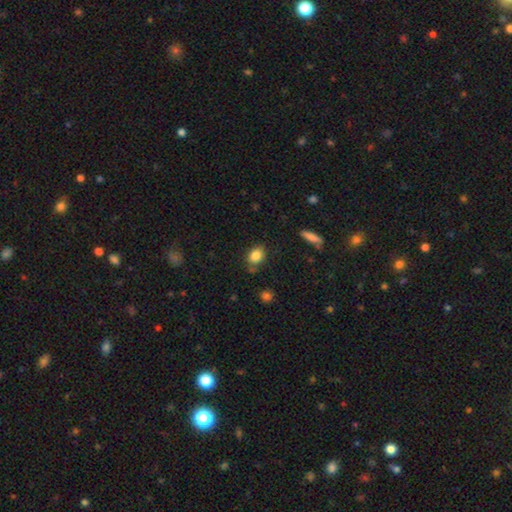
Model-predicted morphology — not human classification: A smooth galaxy with no disk features (85%) that is in between round and cigar-shaped (69%). Merging: none (75%).